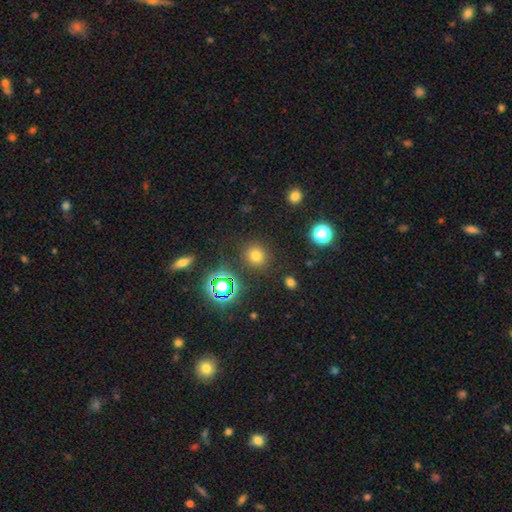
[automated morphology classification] type=smooth (70%); roundness=round (87%); merging=none (86%).